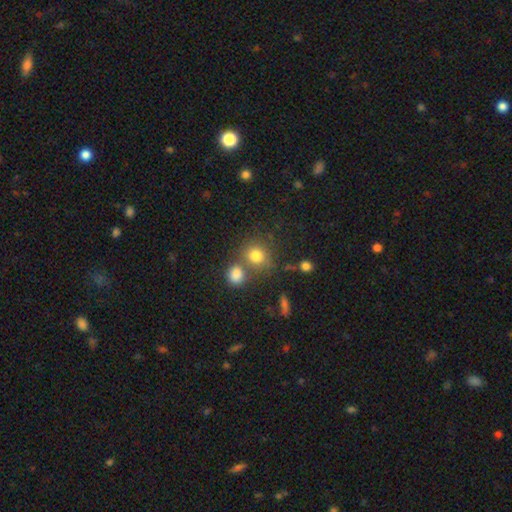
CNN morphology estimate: A smooth galaxy with no disk features (78%) that is round (83%). Merging: none (57%).